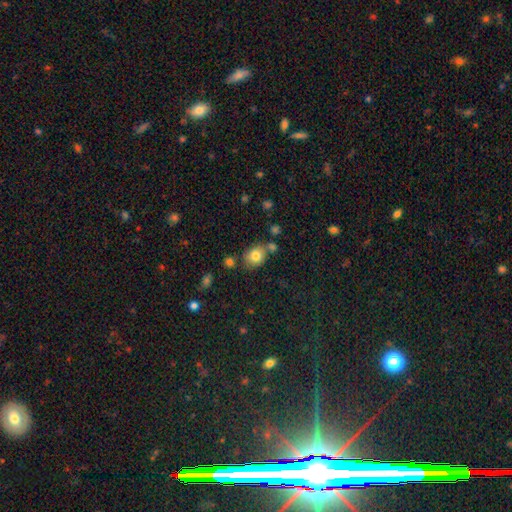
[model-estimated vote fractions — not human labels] Smooth or featured? smooth (80%)
How rounded? round (53%)
Merging? none (65%)